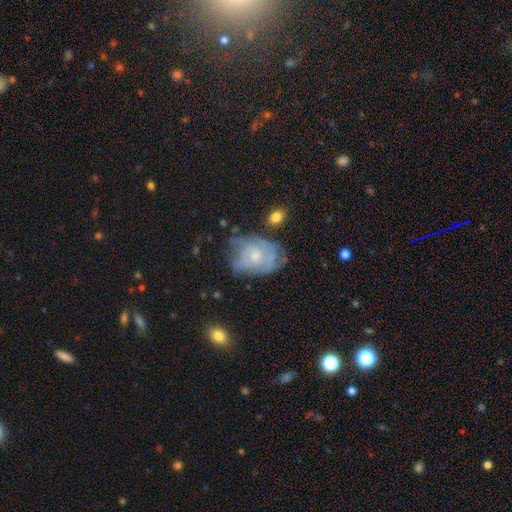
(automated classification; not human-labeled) featured or disk 57%, smooth 34%, star or artifact 9%. Down the decision tree: edge-on disk — no (97%); bar — no (80%); spiral arms — yes (58%); bulge size — small (54%); merging — none (47%).